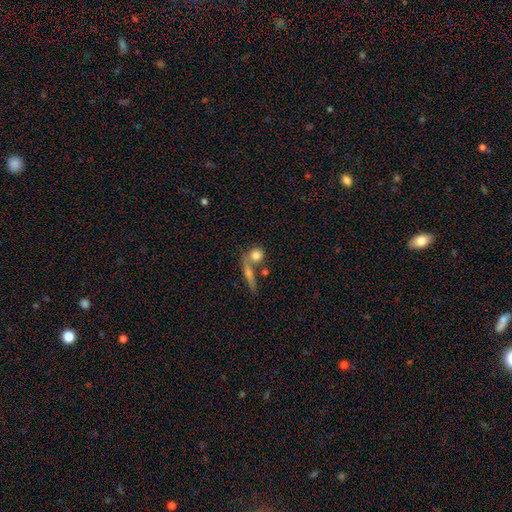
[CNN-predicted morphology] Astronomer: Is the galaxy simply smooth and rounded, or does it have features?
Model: smooth — 75%.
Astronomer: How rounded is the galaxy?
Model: round — 71%.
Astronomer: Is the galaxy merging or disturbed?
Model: none — 51% (runner-up: merger, 32%).